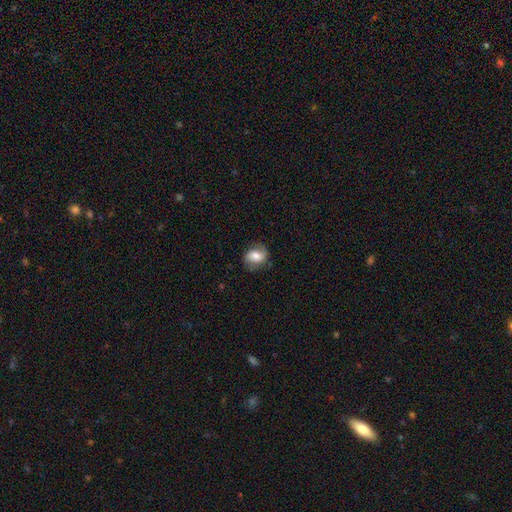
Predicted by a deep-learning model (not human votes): Smooth or featured? Predicted: smooth (p=0.61). How rounded? Predicted: in between (p=0.55). Merging? Predicted: none (p=0.76).